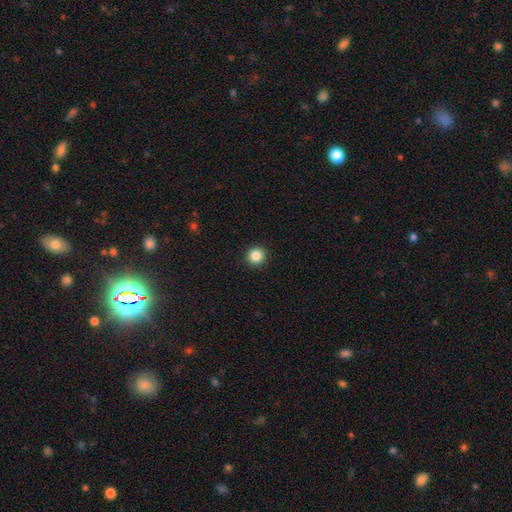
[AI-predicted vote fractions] Smooth or featured? smooth (86%)
How rounded? round (94%)
Merging? none (93%)